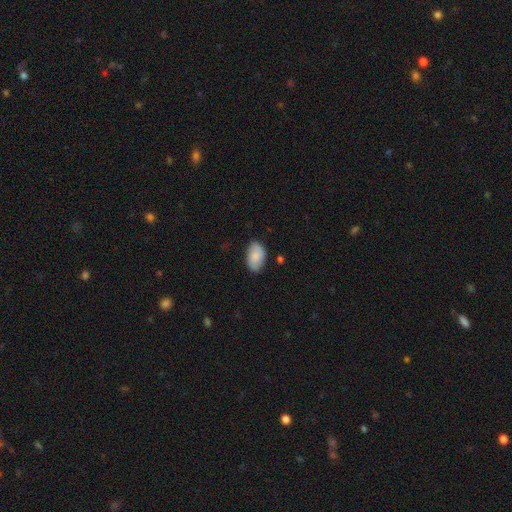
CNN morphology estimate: Smooth or featured? smooth (84%)
How rounded? in between (93%)
Merging? none (80%)